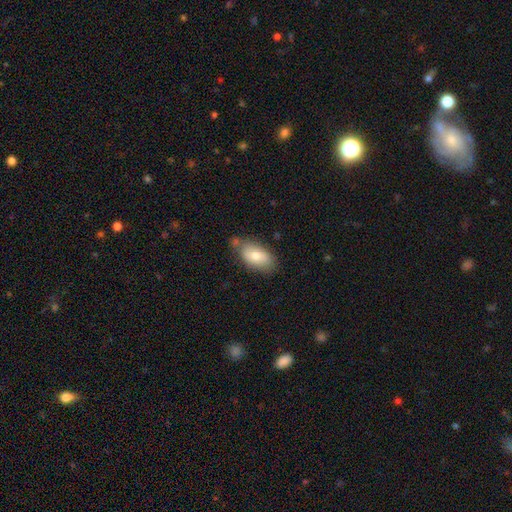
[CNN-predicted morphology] This is likely a smooth galaxy (74%). How rounded: clearly in between (92%). Merging: likely none (64%).